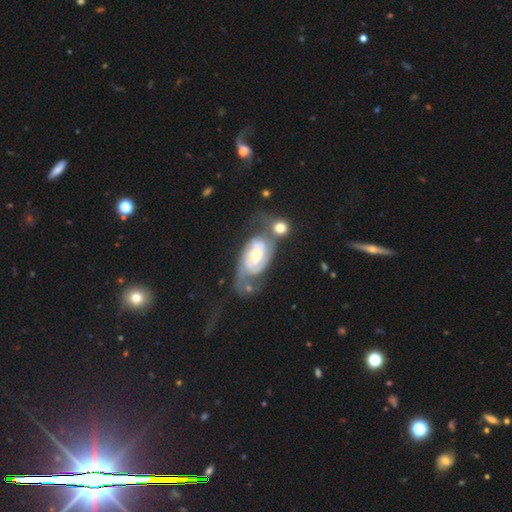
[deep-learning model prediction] A featured or disk galaxy (86%) with no bar (45%), 2 (66%) tight (52%) spiral arms (94%) and a moderate central bulge (68%).

Vote fractions:
- Smooth or featured? featured or disk: 86% / smooth: 9% / star or artifact: 5%
- Edge-on disk? no: 96% / yes: 4%
- Bar? no: 45% / weak: 39% / strong: 15%
- Spiral arms? yes: 94% / no: 6%
- Spiral winding? tight: 52% / medium: 35% / loose: 13%
- Spiral arm count? 2: 66% / can't tell: 17% / 1: 7% / 3: 6% / 4: 2% / more than 4: 2%
- Bulge size? moderate: 68% / small: 18% / large: 11% / none: 1% / dominant: 1%
- Merging? none: 34% / merger: 24% / major disturbance: 23% / minor disturbance: 19%